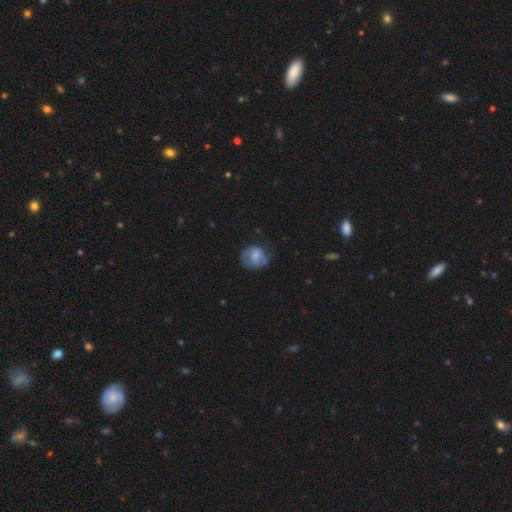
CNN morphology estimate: Q: Smooth or featured?
A: smooth (58%); runner-up: featured or disk (34%)
Q: How rounded?
A: round (64%); runner-up: in between (35%)
Q: Merging?
A: none (52%); runner-up: minor disturbance (29%)